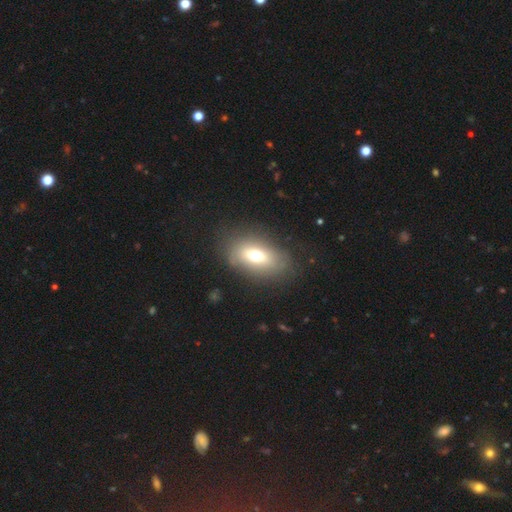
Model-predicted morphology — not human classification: This appears to be a smooth galaxy with no disk features (64%) that is in between round and cigar-shaped (81%). Merging: none (78%).